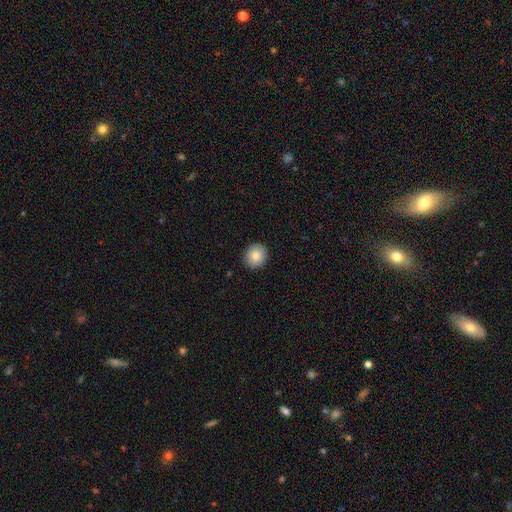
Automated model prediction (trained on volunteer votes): smooth 83%, featured or disk 9%, star or artifact 8%. Down the decision tree: how rounded — round (85%); merging — none (92%).